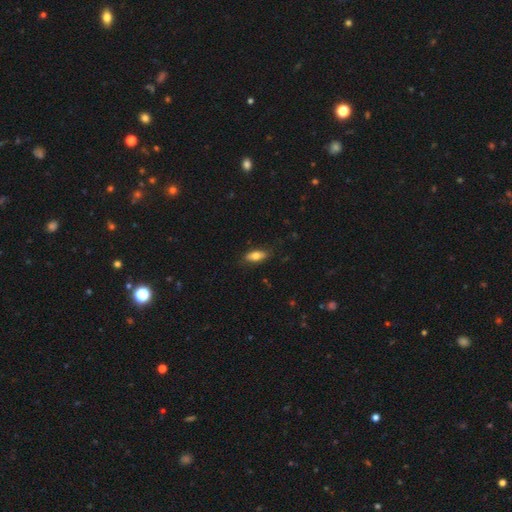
A smooth galaxy with no disk features (76%) that is in between round and cigar-shaped (93%).

Vote fractions:
- Smooth or featured? smooth: 76% / featured or disk: 24% / star or artifact: 0%
- How rounded? in between: 93% / round: 3% / cigar-shaped: 3%
- Merging? none: 76% / minor disturbance: 18% / major disturbance: 5% / merger: 0%